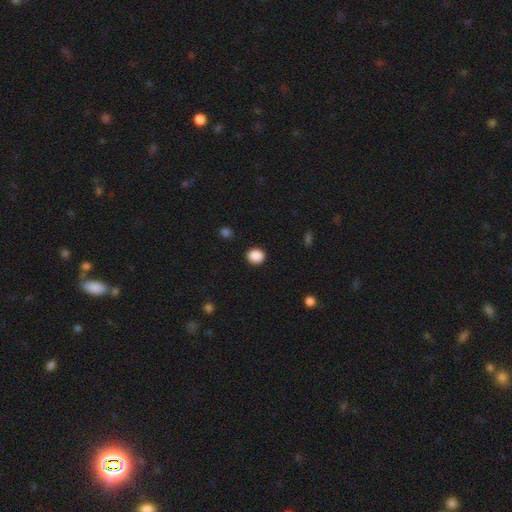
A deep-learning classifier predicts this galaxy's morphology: Smooth or featured? smooth (88%)
How rounded? round (75%)
Merging? none (91%)